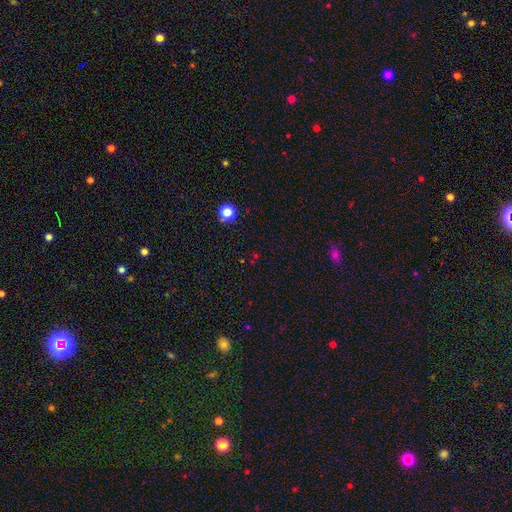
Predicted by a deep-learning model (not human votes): smooth_or_featured: star or artifact (p=0.61) [alt: smooth p=0.33]